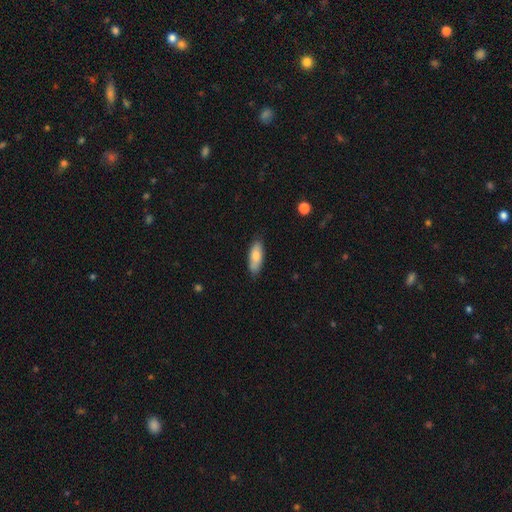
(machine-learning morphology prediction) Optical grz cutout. It shows a smooth galaxy with no disk features (75%) that is in between round and cigar-shaped (68%). Merging: none (83%).